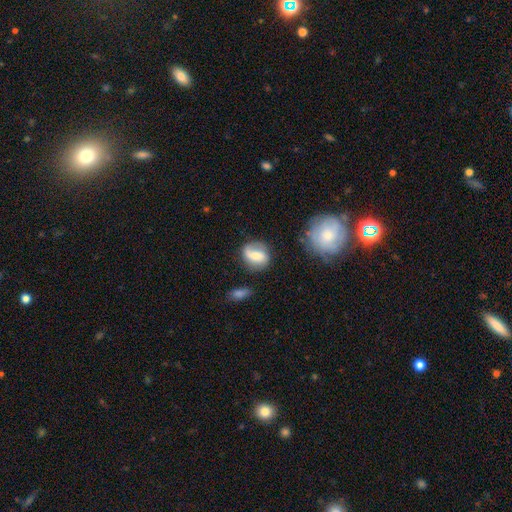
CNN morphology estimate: smooth-or-featured: featured or disk: 55% | smooth: 38% | star or artifact: 7%
  disk-edge-on: no: 97% | yes: 3%
    bar: weak: 44% | no: 35% | strong: 21%
    has-spiral-arms: yes: 85% | no: 15%
    bulge-size: moderate: 48% | small: 37% | large: 7% | none: 6% | dominant: 2%
  merging: none: 68% | minor disturbance: 20% | major disturbance: 8% | merger: 4%